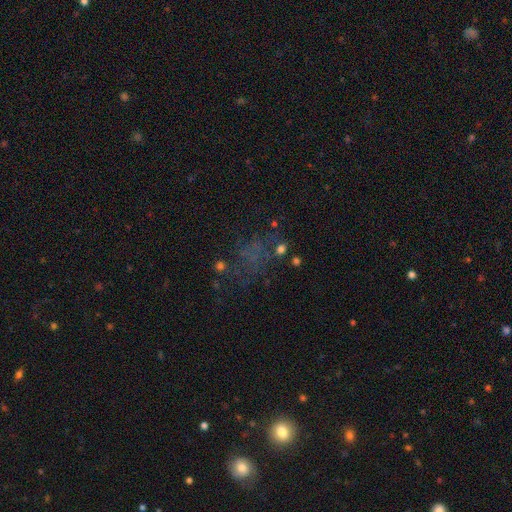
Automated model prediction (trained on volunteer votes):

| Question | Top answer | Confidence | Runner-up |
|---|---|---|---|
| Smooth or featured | star or artifact | 42% | smooth (33%) |